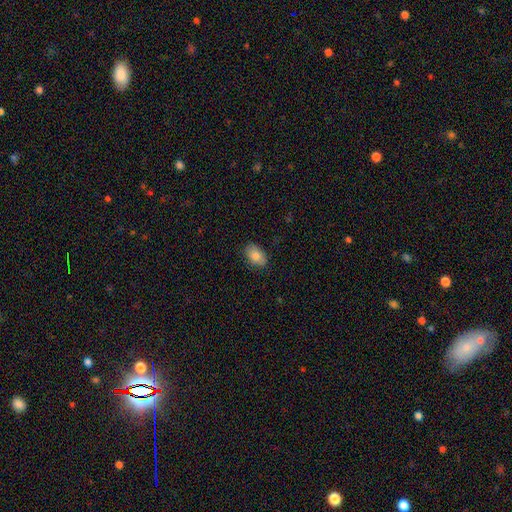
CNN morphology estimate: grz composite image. It shows a smooth galaxy with no disk features (81%) that is in between round and cigar-shaped (91%). Merging: none (84%).